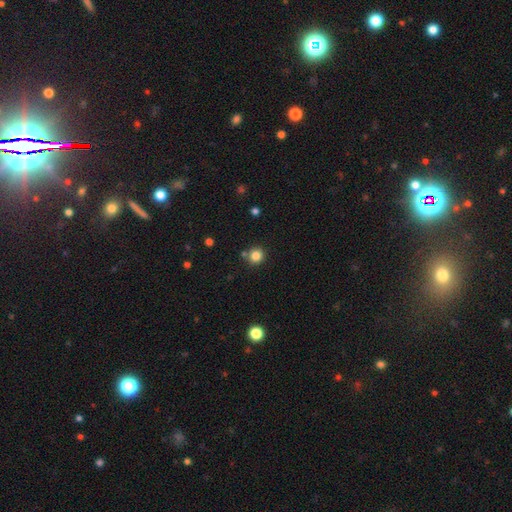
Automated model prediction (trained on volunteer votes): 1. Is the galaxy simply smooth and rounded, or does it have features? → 83% smooth, 12% star or artifact, 5% featured or disk.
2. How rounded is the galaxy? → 92% round, 7% in between, 1% cigar-shaped.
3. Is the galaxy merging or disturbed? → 82% none, 8% merger, 8% minor disturbance, 2% major disturbance.